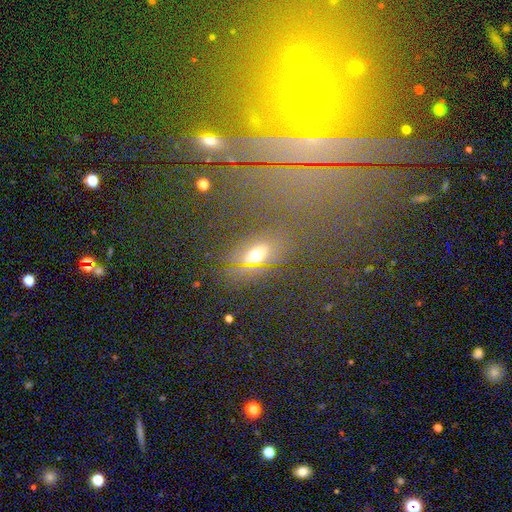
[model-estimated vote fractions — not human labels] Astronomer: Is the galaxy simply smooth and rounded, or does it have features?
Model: smooth — 42% (runner-up: star or artifact, 40%).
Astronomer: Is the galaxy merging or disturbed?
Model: none — 74%.